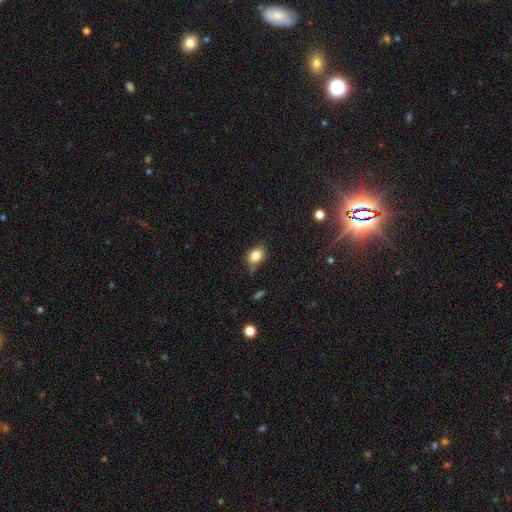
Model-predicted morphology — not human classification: Smooth or featured? Predicted: smooth (p=0.84). How rounded? Predicted: in between (p=0.65). Merging? Predicted: none (p=0.72).